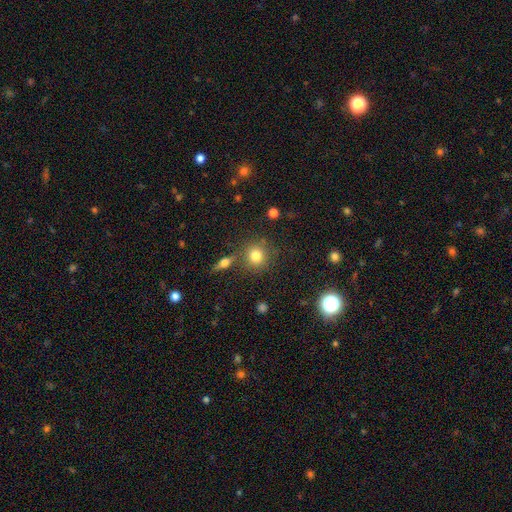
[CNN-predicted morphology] type=smooth (79%); roundness=round (88%); merging=none (76%).